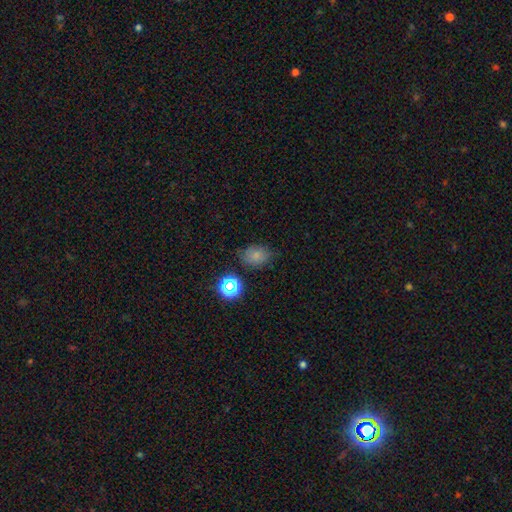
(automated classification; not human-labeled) Morphology: type=smooth (75%); roundness=in between (59%); merging=none (69%).